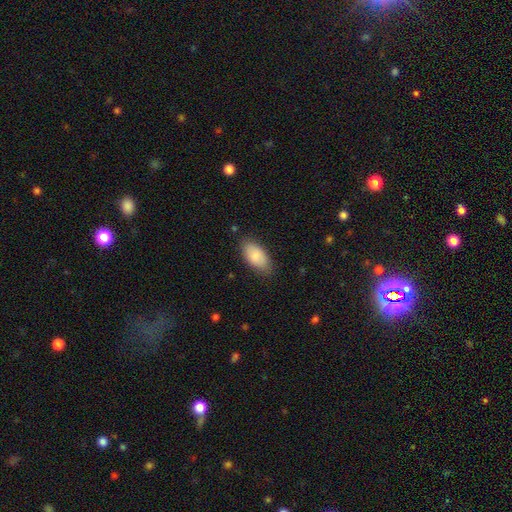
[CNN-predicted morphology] Overall: smooth (85%). How rounded: in between (93%). Merging: none (81%).